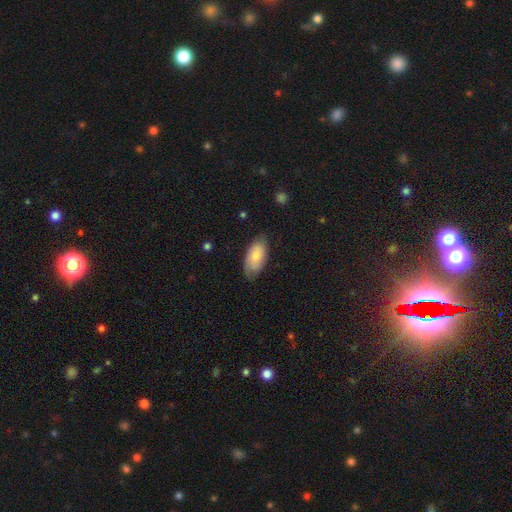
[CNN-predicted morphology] A smooth galaxy with no disk features (71%) that is in between round and cigar-shaped (93%).

Vote fractions:
- Smooth or featured? smooth: 71% / featured or disk: 23% / star or artifact: 6%
- How rounded? in between: 93% / cigar-shaped: 4% / round: 3%
- Merging? none: 68% / minor disturbance: 26% / major disturbance: 6% / merger: 1%